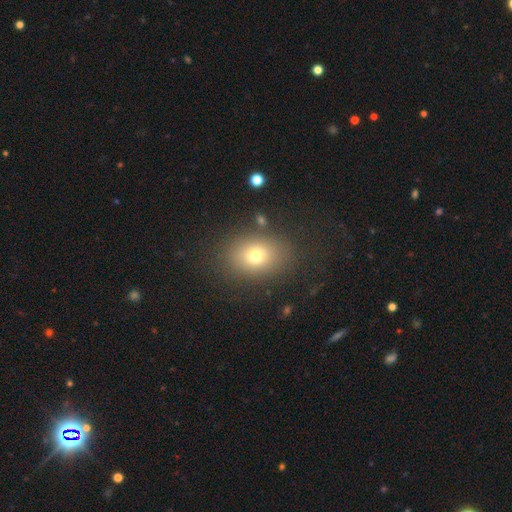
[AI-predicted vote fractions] Morphology: type=smooth (72%); roundness=in between (60%); merging=none (81%).